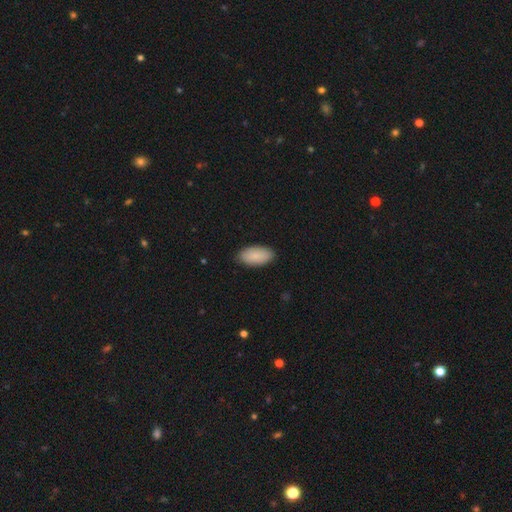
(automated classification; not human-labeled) This appears to be a smooth galaxy with no disk features (89%) that is in between round and cigar-shaped (95%). Merging: none (87%).